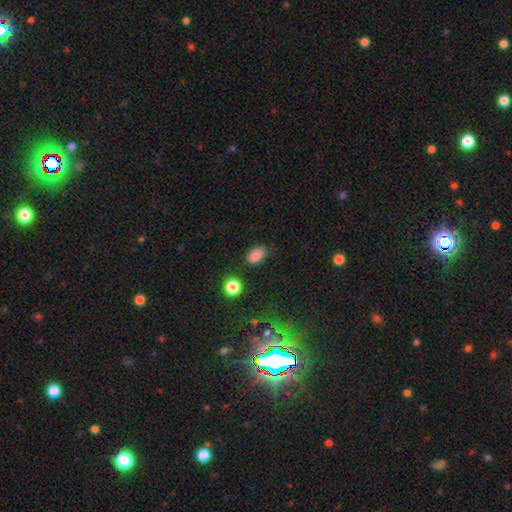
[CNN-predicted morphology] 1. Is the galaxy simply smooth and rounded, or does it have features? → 84% smooth, 12% star or artifact, 4% featured or disk.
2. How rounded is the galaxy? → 81% in between, 18% round, 1% cigar-shaped.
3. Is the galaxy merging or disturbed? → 71% none, 21% minor disturbance, 5% major disturbance, 3% merger.